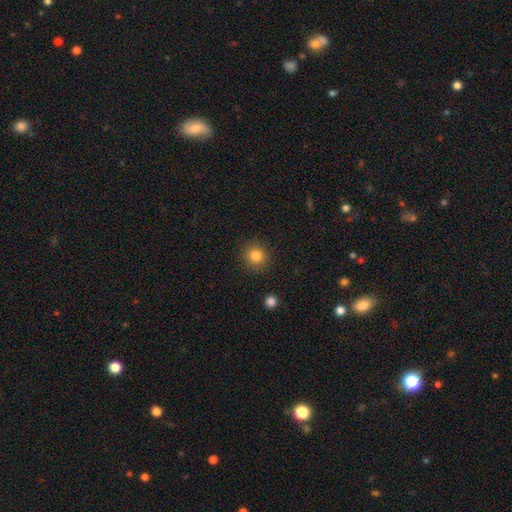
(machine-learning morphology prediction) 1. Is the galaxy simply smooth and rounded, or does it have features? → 84% smooth, 11% star or artifact, 5% featured or disk.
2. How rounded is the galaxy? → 91% round, 8% in between, 1% cigar-shaped.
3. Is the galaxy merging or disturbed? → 89% none, 7% minor disturbance, 2% major disturbance, 2% merger.